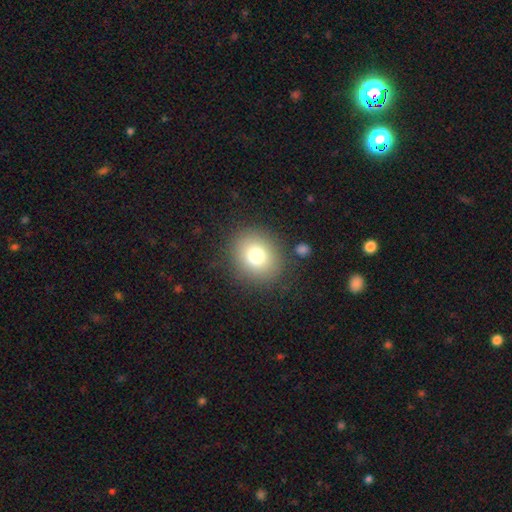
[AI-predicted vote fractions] smooth-or-featured: smooth: 77% | star or artifact: 12% | featured or disk: 11%
  how-rounded: round: 73% | in between: 26% | cigar-shaped: 1%
  merging: none: 86% | minor disturbance: 8% | major disturbance: 4% | merger: 2%